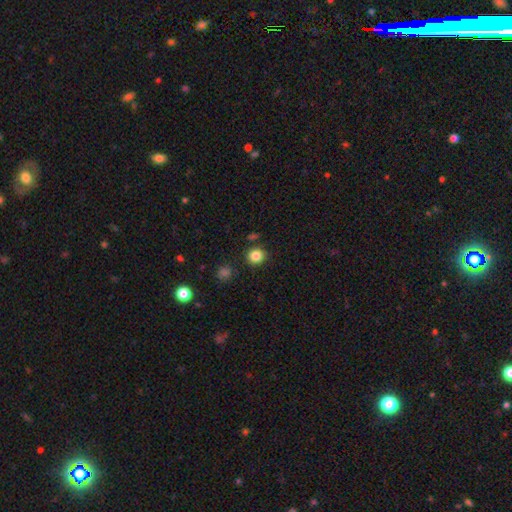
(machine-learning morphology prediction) smooth-or-featured: smooth: 85% | star or artifact: 11% | featured or disk: 4%
  how-rounded: round: 88% | in between: 11% | cigar-shaped: 1%
  merging: none: 87% | minor disturbance: 7% | merger: 3% | major disturbance: 2%